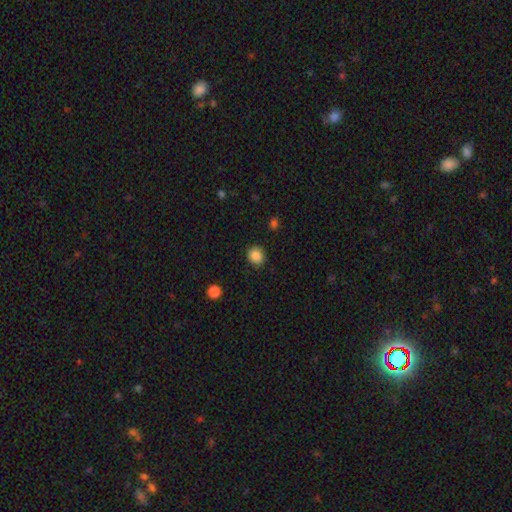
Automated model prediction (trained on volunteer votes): smooth-or-featured: smooth: 86% | star or artifact: 10% | featured or disk: 4%
  how-rounded: round: 79% | in between: 21% | cigar-shaped: 1%
  merging: none: 89% | minor disturbance: 7% | major disturbance: 2% | merger: 1%